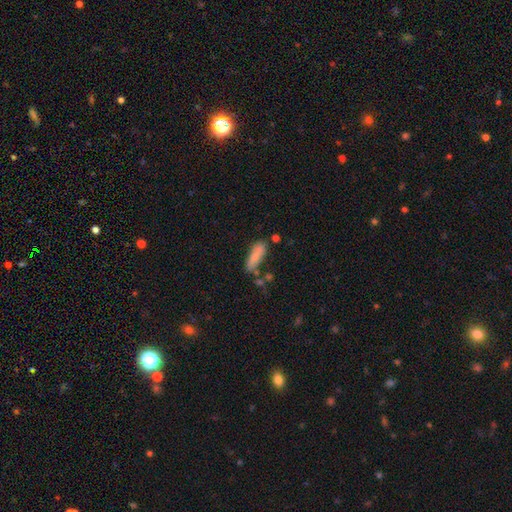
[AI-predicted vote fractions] The model was most divided on "how rounded": in between: 50%, cigar-shaped: 47%, round: 2%. More confident: smooth or featured — smooth (81%); merging — none (65%).